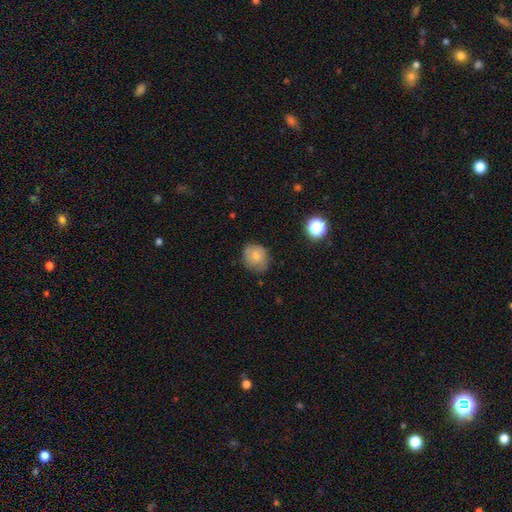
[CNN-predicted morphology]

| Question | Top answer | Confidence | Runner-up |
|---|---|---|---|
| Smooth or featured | smooth | 67% | featured or disk (23%) |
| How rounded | round | 70% | in between (29%) |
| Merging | none | 70% | minor disturbance (23%) |